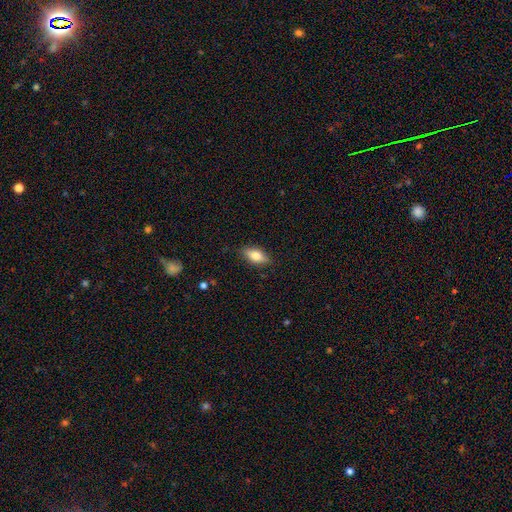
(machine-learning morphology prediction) Overall: smooth (73%). How rounded: in between (83%). Merging: none (83%).